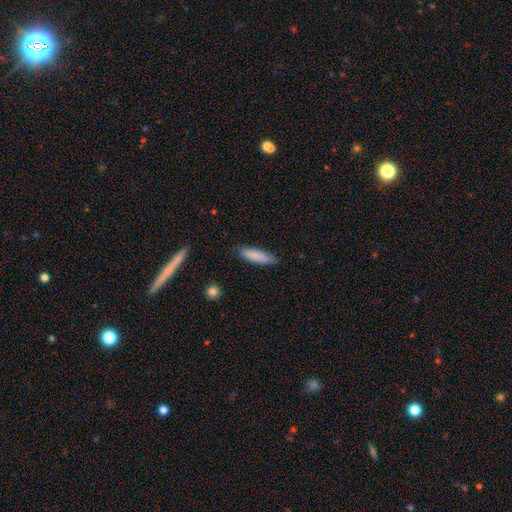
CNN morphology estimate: Q: Smooth or featured?
A: smooth (85%); runner-up: featured or disk (9%)
Q: How rounded?
A: cigar-shaped (65%); runner-up: in between (33%)
Q: Merging?
A: none (82%); runner-up: minor disturbance (14%)